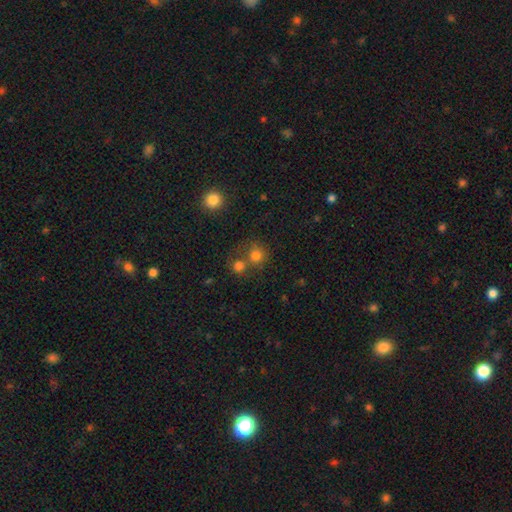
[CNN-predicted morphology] Overall: smooth (76%). How rounded: round (86%). Merging: none (50%; merger 38%).